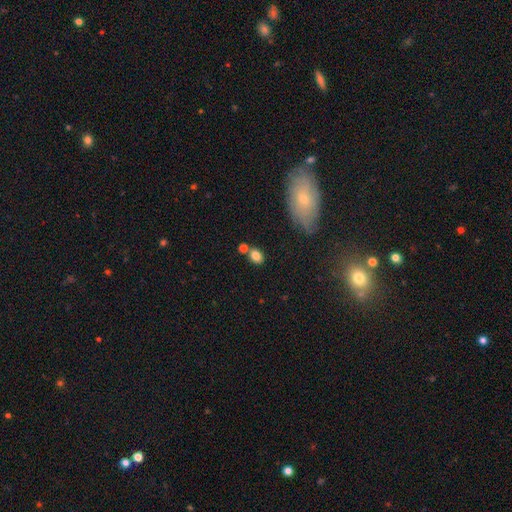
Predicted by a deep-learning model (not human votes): A smooth galaxy with no disk features (81%) that is in between round and cigar-shaped (65%).

Vote fractions:
- Smooth or featured? smooth: 81% / star or artifact: 10% / featured or disk: 8%
- How rounded? in between: 65% / round: 33% / cigar-shaped: 2%
- Merging? none: 65% / merger: 19% / minor disturbance: 13% / major disturbance: 4%